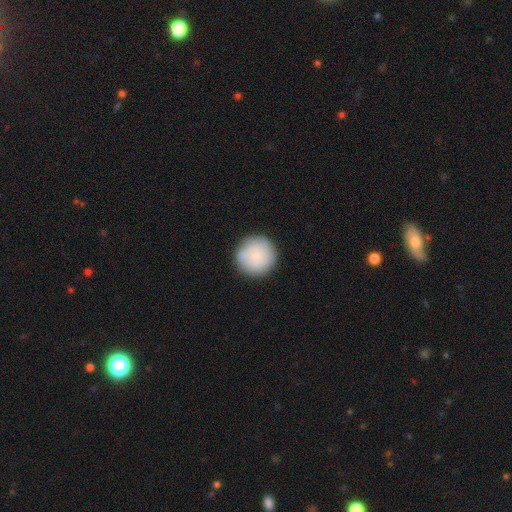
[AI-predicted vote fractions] Morphology: type=smooth (80%); roundness=round (95%); merging=none (83%).